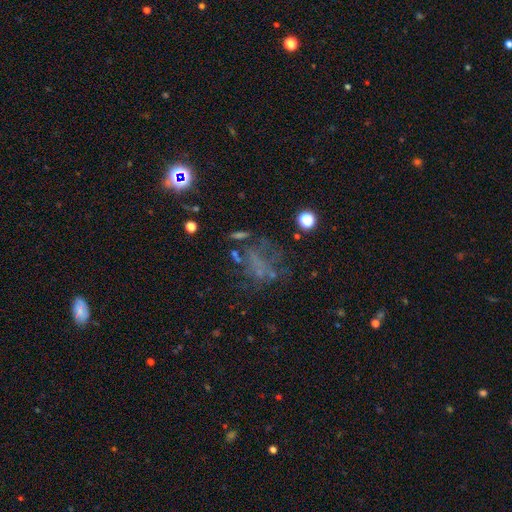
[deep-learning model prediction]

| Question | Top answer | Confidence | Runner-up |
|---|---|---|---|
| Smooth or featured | star or artifact | 44% | featured or disk (34%) |